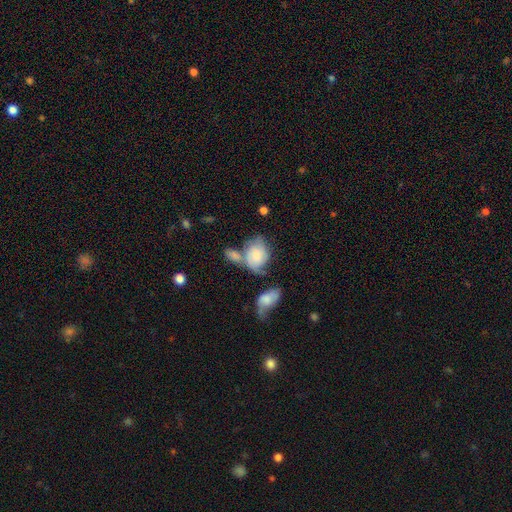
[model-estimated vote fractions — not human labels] smooth_or_featured: smooth (p=0.57) [alt: featured or disk p=0.36]
how_rounded: in between (p=0.68) [alt: round p=0.31]
merging: merger (p=0.35) [alt: none p=0.28]